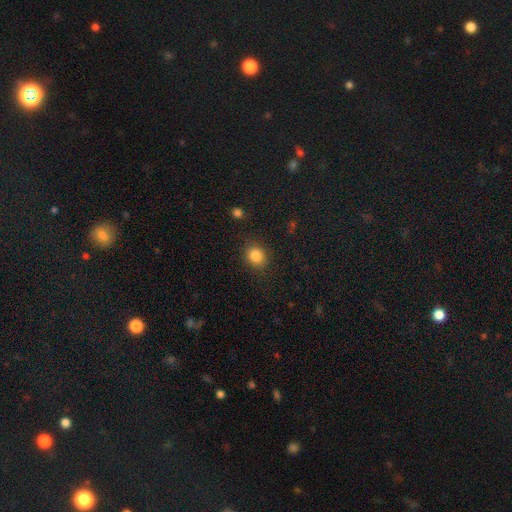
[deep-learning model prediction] Smooth or featured: smooth — 85% (star or artifact — 10%)
How rounded: round — 71% (in between — 28%)
Merging: none — 86% (minor disturbance — 9%)